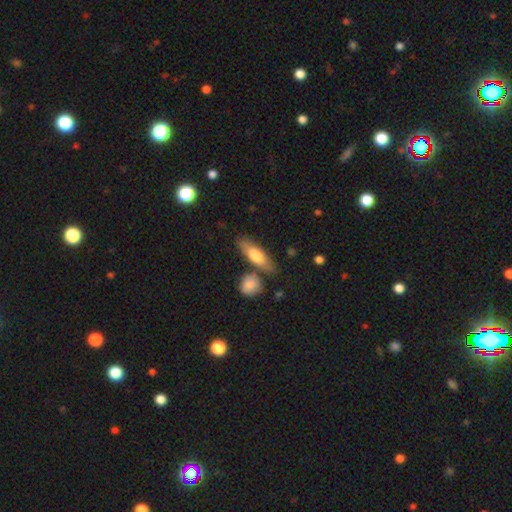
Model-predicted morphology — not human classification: A smooth galaxy with no disk features (68%) that is in between round and cigar-shaped (49%).

Vote fractions:
- Smooth or featured? smooth: 68% / featured or disk: 26% / star or artifact: 6%
- How rounded? in between: 49% / cigar-shaped: 48% / round: 3%
- Merging? none: 73% / minor disturbance: 13% / merger: 10% / major disturbance: 3%